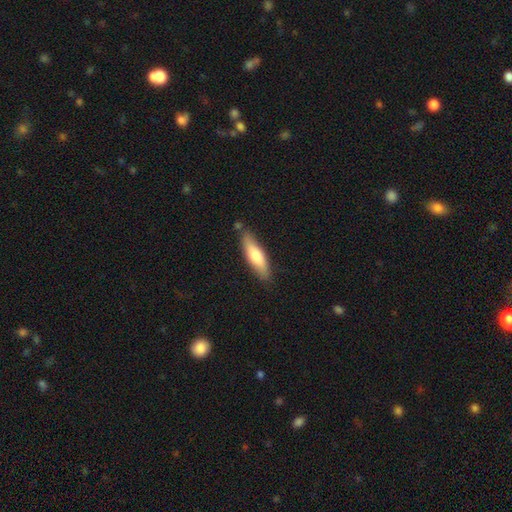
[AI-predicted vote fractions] A smooth galaxy with no disk features (68%) that is cigar-shaped (65%).

Vote fractions:
- Smooth or featured? smooth: 68% / featured or disk: 26% / star or artifact: 5%
- How rounded? cigar-shaped: 65% / in between: 33% / round: 2%
- Merging? none: 80% / minor disturbance: 14% / merger: 4% / major disturbance: 2%